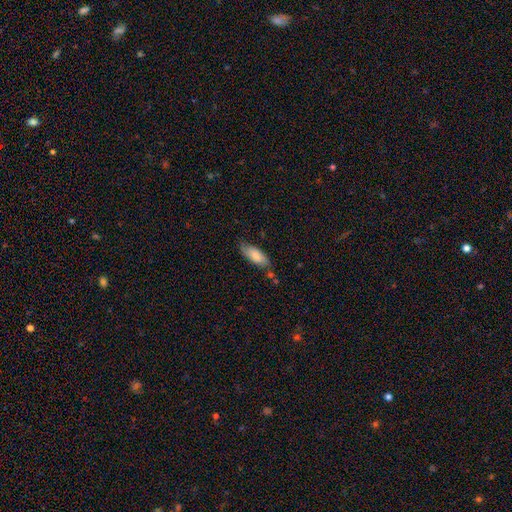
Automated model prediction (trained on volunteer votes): Smooth or featured: smooth — 79% (featured or disk — 15%)
How rounded: in between — 74% (cigar-shaped — 25%)
Merging: none — 70% (minor disturbance — 21%)